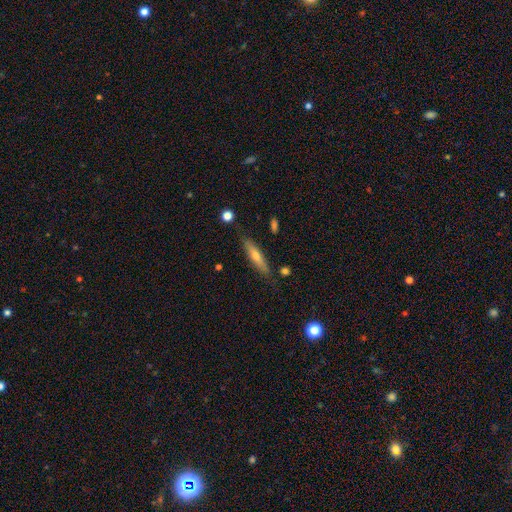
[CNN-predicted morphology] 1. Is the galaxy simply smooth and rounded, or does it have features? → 49% smooth, 44% featured or disk, 7% star or artifact.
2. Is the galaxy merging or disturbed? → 83% none, 12% minor disturbance, 3% merger, 2% major disturbance.